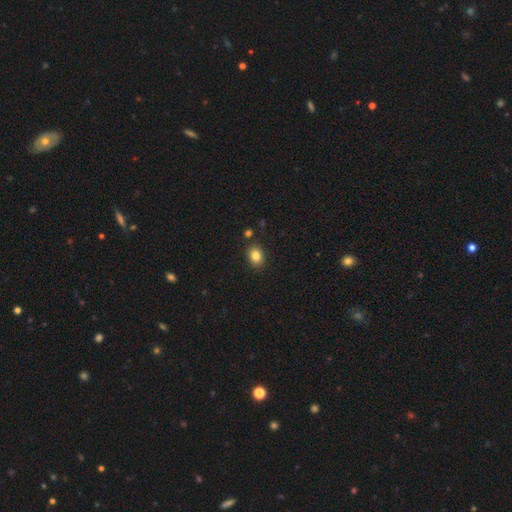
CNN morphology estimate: Smooth or featured? smooth (83%)
How rounded? in between (61%)
Merging? none (85%)